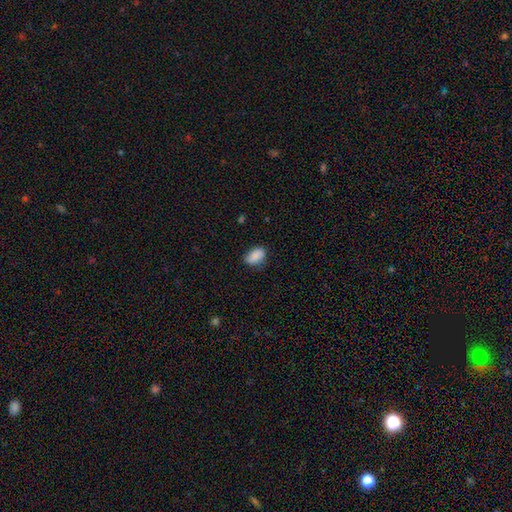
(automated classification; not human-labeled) smooth-or-featured: smooth: 86% | star or artifact: 8% | featured or disk: 7%
  how-rounded: in between: 88% | round: 10% | cigar-shaped: 2%
  merging: none: 71% | minor disturbance: 23% | major disturbance: 5% | merger: 2%